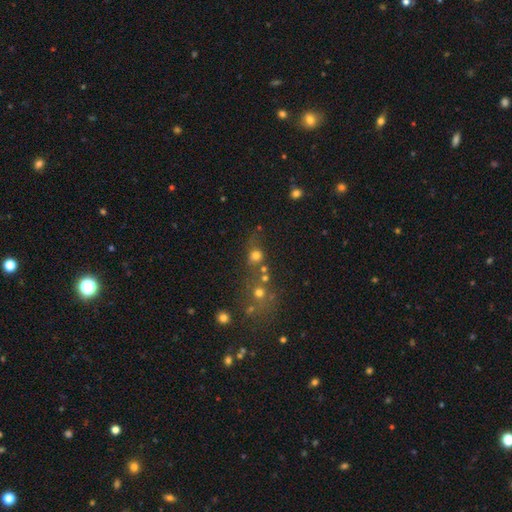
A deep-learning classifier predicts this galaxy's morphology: Overall: smooth (66%). How rounded: round (79%). Merging: none (54%; merger 23%).